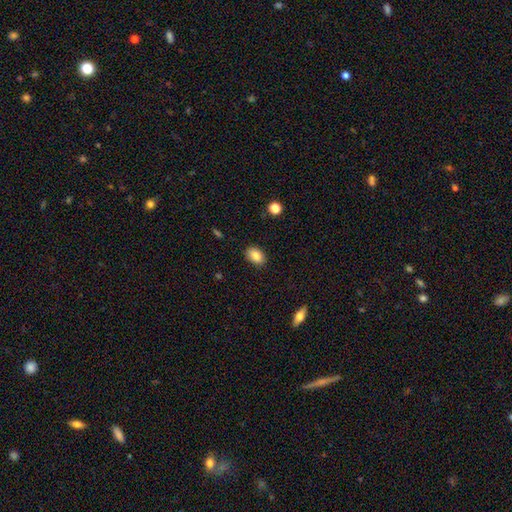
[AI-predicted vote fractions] The model was most divided on "how rounded": in between: 85%, round: 13%, cigar-shaped: 1%. More confident: merging — none (87%); smooth or featured — smooth (85%).